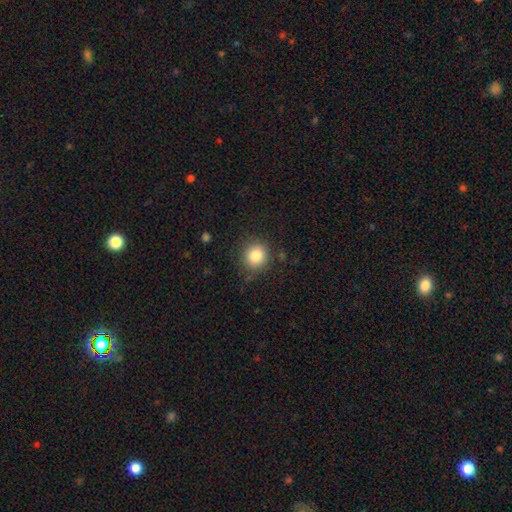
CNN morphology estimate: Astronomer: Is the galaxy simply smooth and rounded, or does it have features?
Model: smooth — 83%.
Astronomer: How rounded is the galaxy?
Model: round — 85%.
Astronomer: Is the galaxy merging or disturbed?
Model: none — 81%.